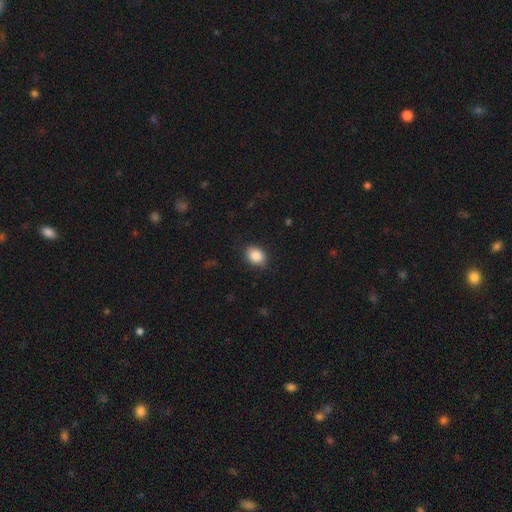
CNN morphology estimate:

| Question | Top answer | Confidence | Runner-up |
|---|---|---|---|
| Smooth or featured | smooth | 88% | star or artifact (8%) |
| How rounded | in between | 65% | round (34%) |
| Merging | none | 86% | minor disturbance (11%) |